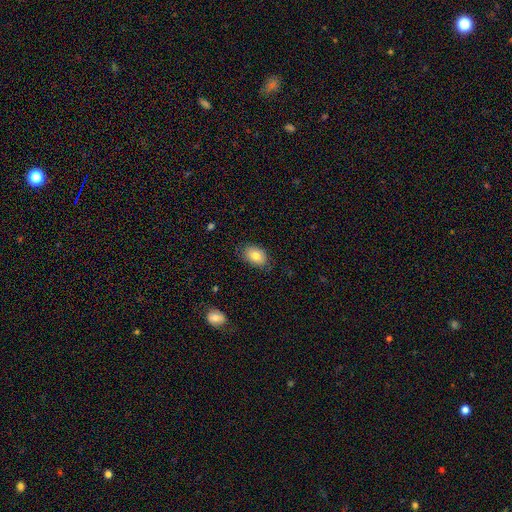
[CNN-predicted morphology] This appears to be a smooth galaxy with no disk features (78%) that is in between round and cigar-shaped (79%). Merging: none (80%).